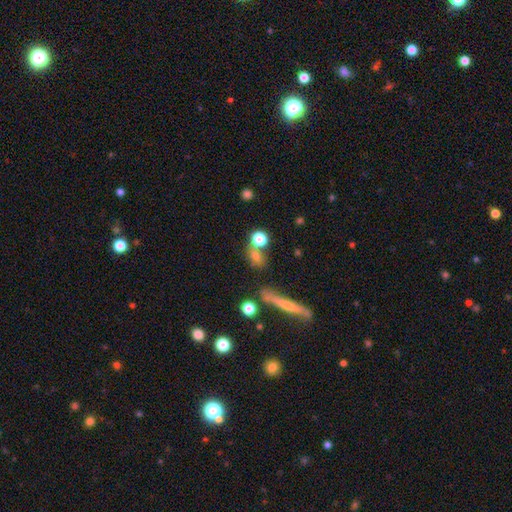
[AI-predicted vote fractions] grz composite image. It shows a smooth galaxy with no disk features (65%) that is round (51%). Merging: none (57%).